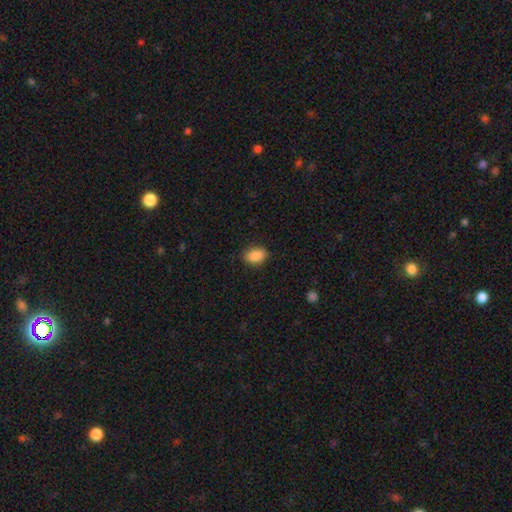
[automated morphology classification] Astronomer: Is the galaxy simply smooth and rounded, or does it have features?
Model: smooth — 89%.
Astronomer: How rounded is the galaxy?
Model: in between — 86%.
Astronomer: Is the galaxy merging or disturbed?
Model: none — 83%.